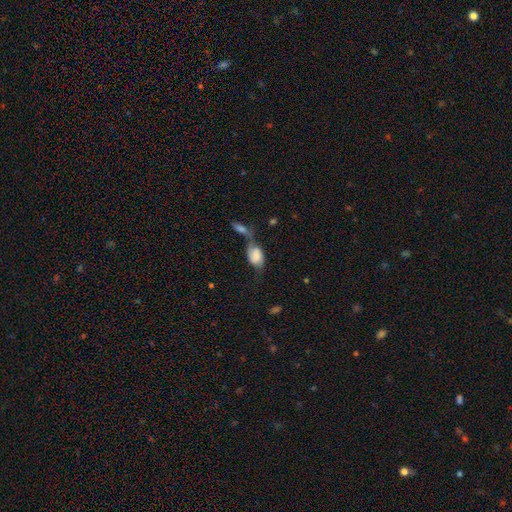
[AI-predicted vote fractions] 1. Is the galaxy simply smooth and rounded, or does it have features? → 60% smooth, 32% featured or disk, 8% star or artifact.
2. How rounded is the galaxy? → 84% in between, 13% round, 3% cigar-shaped.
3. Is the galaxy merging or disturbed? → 44% merger, 24% none, 17% minor disturbance, 15% major disturbance.